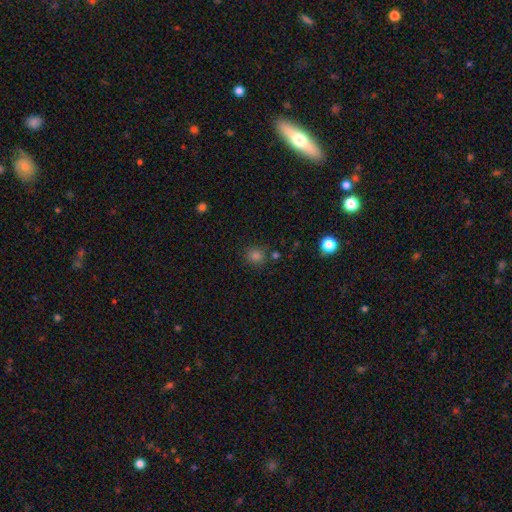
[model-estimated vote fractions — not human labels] Smooth or featured? Predicted: smooth (p=0.78). How rounded? Predicted: round (p=0.87). Merging? Predicted: none (p=0.82).